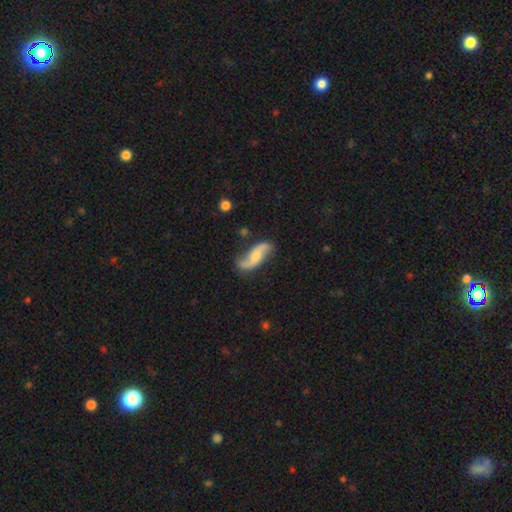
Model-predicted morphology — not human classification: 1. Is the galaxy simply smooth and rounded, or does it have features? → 78% featured or disk, 17% smooth, 5% star or artifact.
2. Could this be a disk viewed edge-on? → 92% no, 8% yes.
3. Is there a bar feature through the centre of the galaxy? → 57% no, 31% weak, 11% strong.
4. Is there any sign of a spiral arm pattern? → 95% yes, 5% no.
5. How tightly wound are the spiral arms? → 83% loose, 13% medium, 4% tight.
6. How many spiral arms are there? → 92% 2, 3% 1, 2% can't tell, 1% 3, 1% 4, 1% more than 4.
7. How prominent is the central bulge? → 44% moderate, 42% small, 8% none, 5% large, 2% dominant.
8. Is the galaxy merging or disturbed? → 74% none, 17% minor disturbance, 6% major disturbance, 3% merger.